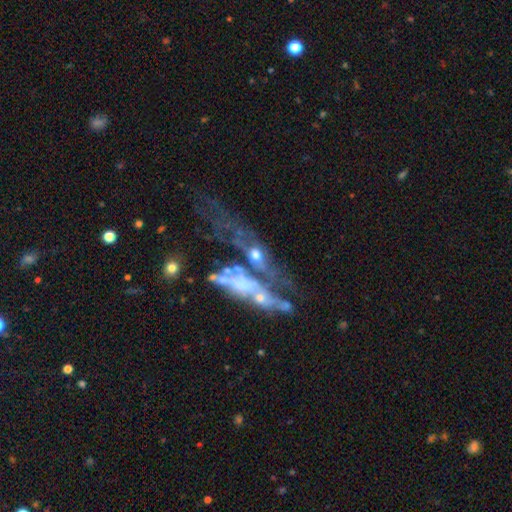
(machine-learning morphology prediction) This appears to be a featured or disk galaxy (61%). Merging: merger (52%).